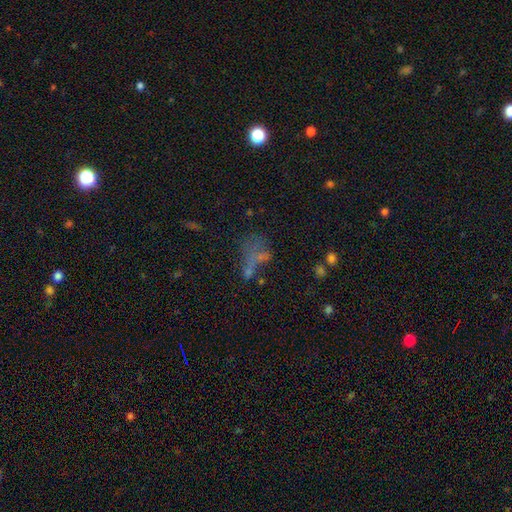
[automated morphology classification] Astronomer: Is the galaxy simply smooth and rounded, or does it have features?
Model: smooth — 41% (runner-up: star or artifact, 30%).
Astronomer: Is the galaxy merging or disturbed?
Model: none — 32% (runner-up: major disturbance, 28%).